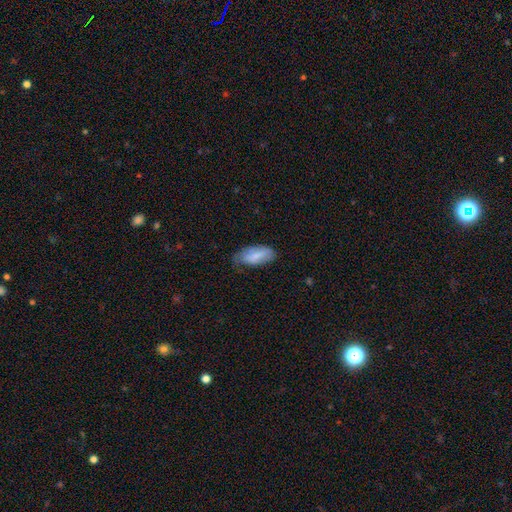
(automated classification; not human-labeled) smooth 78%, featured or disk 16%, star or artifact 6%. Down the decision tree: how rounded — in between (89%); merging — none (59%).